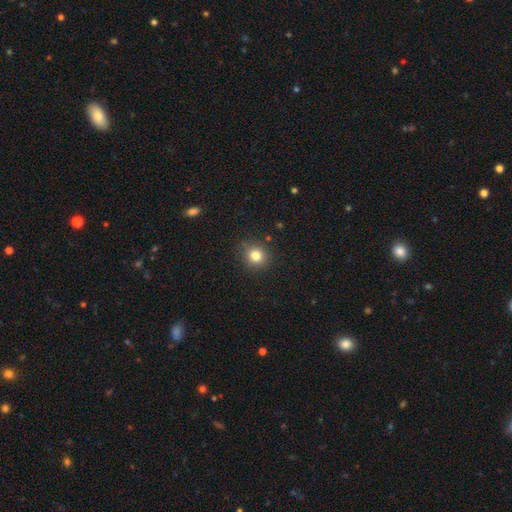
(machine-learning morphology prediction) A smooth galaxy with no disk features (82%) that is round (90%). Merging: none (87%).